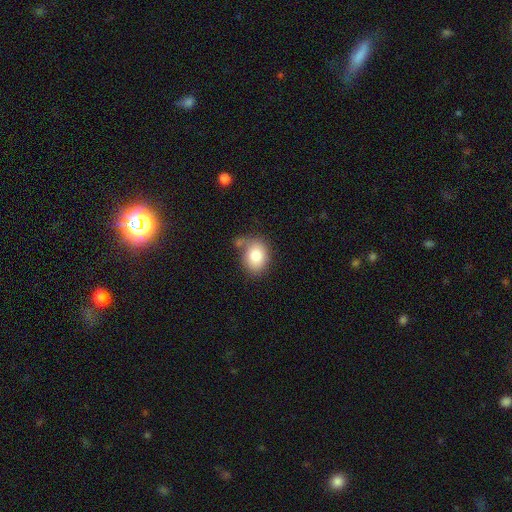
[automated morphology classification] type=smooth (81%); roundness=in between (58%); merging=none (58%).